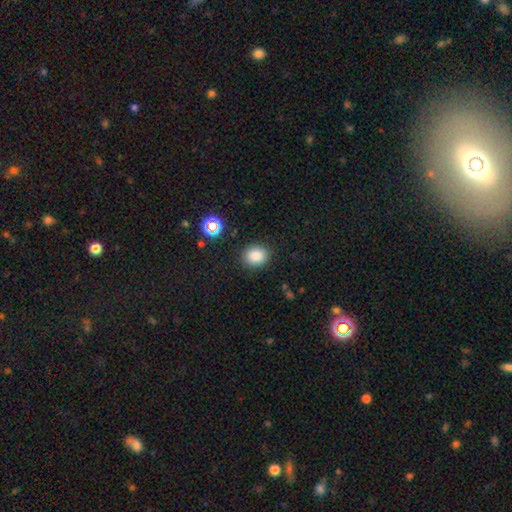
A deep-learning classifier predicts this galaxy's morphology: This is clearly a smooth galaxy (82%). How rounded: likely round (64%). Merging: clearly none (88%).